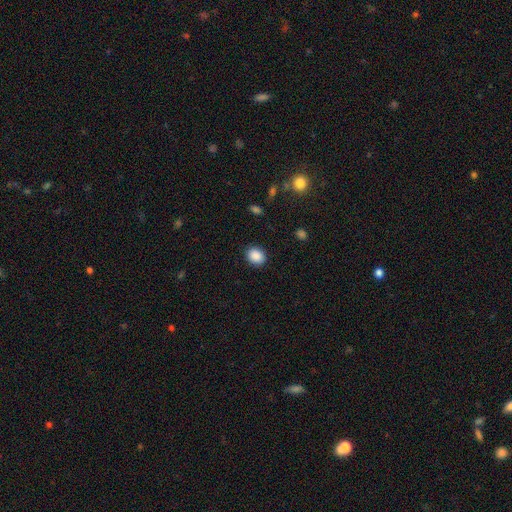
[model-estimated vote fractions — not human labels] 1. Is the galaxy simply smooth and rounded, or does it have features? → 89% smooth, 8% star or artifact, 3% featured or disk.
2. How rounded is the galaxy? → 52% in between, 48% round, 1% cigar-shaped.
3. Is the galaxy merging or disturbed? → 89% none, 8% minor disturbance, 2% major disturbance, 1% merger.